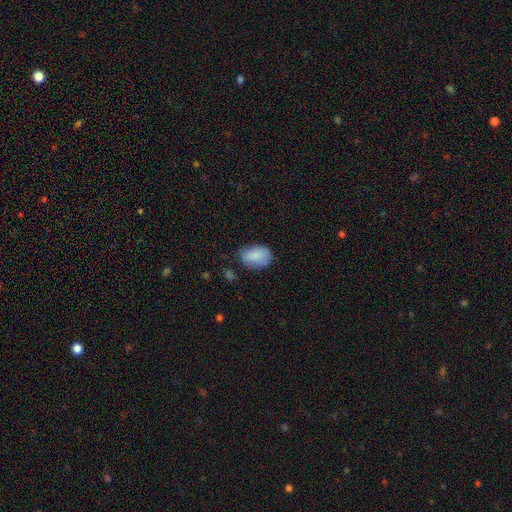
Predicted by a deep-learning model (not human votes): Smooth or featured? smooth (85%)
How rounded? in between (85%)
Merging? none (65%)